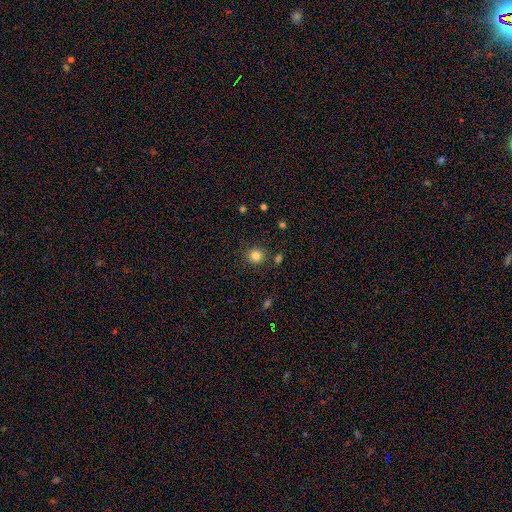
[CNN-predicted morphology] smooth 83%, star or artifact 12%, featured or disk 5%. Down the decision tree: how rounded — round (89%); merging — none (84%).